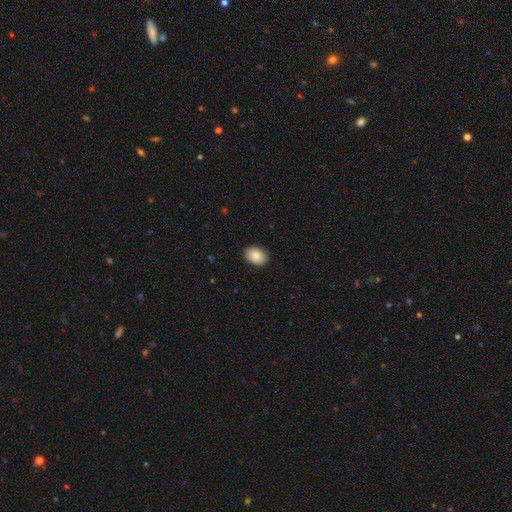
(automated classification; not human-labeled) Smooth or featured?
  - smooth: 87% *
  - star or artifact: 7%
  - featured or disk: 6%
How rounded?
  - in between: 77% *
  - round: 23%
  - cigar-shaped: 1%
Merging?
  - none: 89% *
  - minor disturbance: 8%
  - major disturbance: 2%
  - merger: 1%